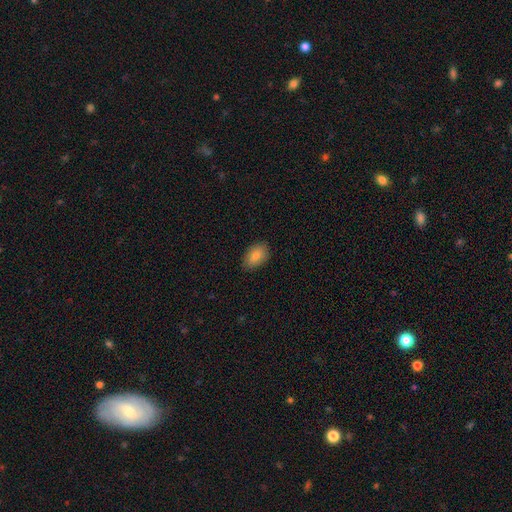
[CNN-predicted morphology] A smooth galaxy with no disk features (85%) that is in between round and cigar-shaped (90%).

Vote fractions:
- Smooth or featured? smooth: 85% / featured or disk: 8% / star or artifact: 7%
- How rounded? in between: 90% / round: 9% / cigar-shaped: 2%
- Merging? none: 84% / minor disturbance: 12% / major disturbance: 2% / merger: 1%